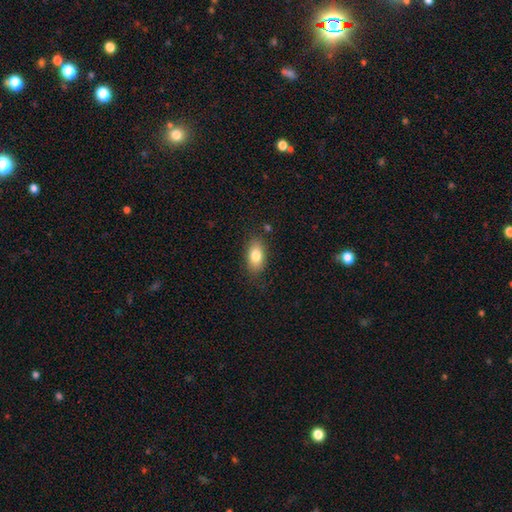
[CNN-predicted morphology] The model was most divided on "merging": none: 81%, minor disturbance: 14%, major disturbance: 3%, merger: 2%. More confident: how rounded — in between (88%); smooth or featured — smooth (80%).